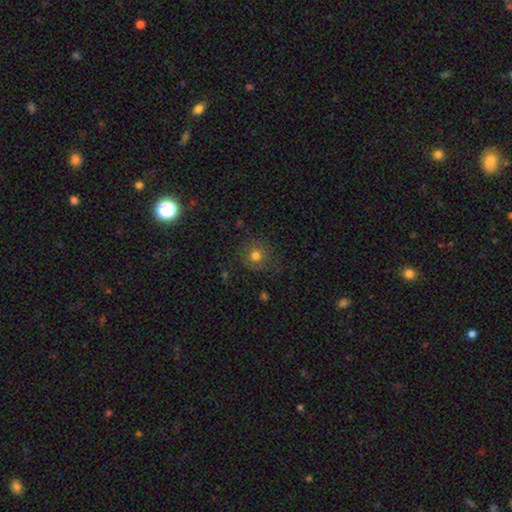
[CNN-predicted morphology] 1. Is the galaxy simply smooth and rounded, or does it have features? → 71% smooth, 15% featured or disk, 14% star or artifact.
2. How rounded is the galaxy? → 89% round, 10% in between, 1% cigar-shaped.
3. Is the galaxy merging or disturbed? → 76% none, 15% minor disturbance, 7% major disturbance, 1% merger.